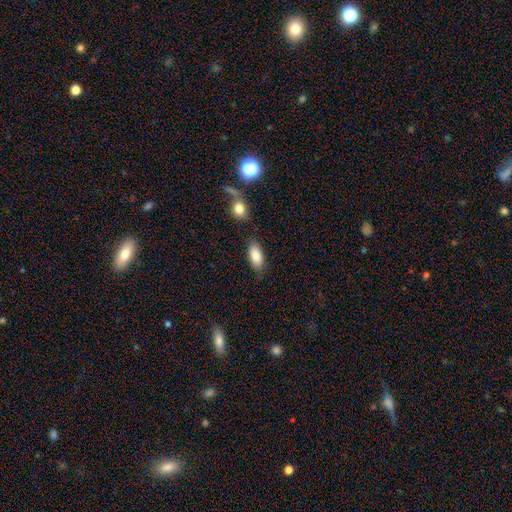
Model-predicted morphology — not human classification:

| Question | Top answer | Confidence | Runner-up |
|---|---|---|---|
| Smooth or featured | smooth | 84% | featured or disk (9%) |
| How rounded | in between | 89% | cigar-shaped (8%) |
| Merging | none | 77% | minor disturbance (15%) |